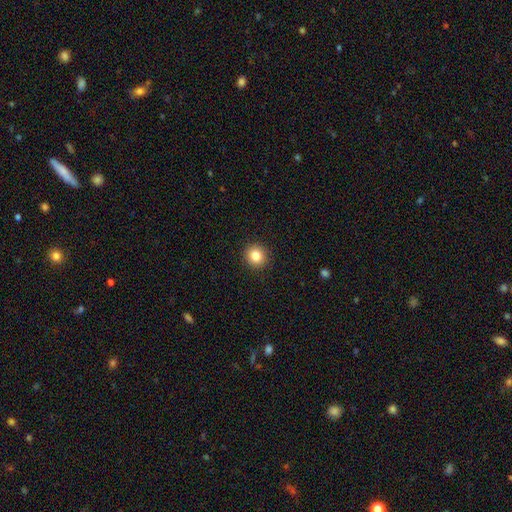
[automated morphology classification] Smooth or featured? Predicted: smooth (p=0.84). How rounded? Predicted: round (p=0.92). Merging? Predicted: none (p=0.92).